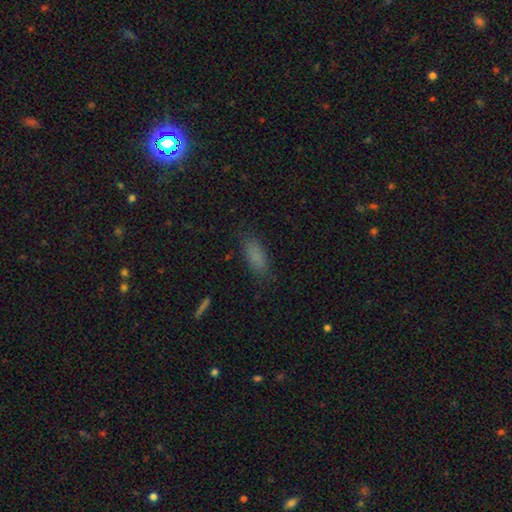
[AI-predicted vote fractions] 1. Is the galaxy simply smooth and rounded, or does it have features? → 83% smooth, 11% star or artifact, 7% featured or disk.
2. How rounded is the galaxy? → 74% in between, 24% cigar-shaped, 3% round.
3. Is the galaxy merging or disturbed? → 81% none, 14% minor disturbance, 4% major disturbance, 1% merger.